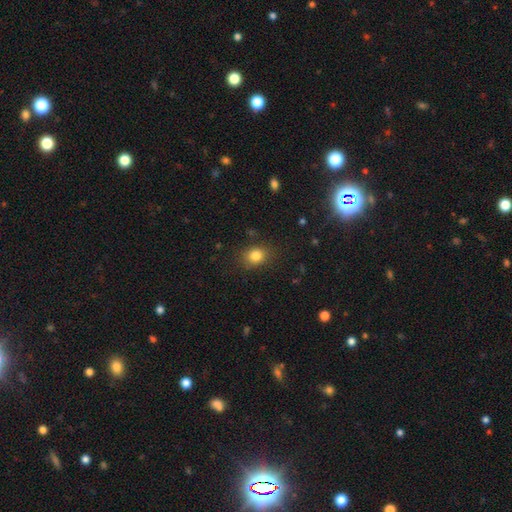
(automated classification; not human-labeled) This appears to be a smooth galaxy with no disk features (82%) that is round (56%). Merging: none (83%).